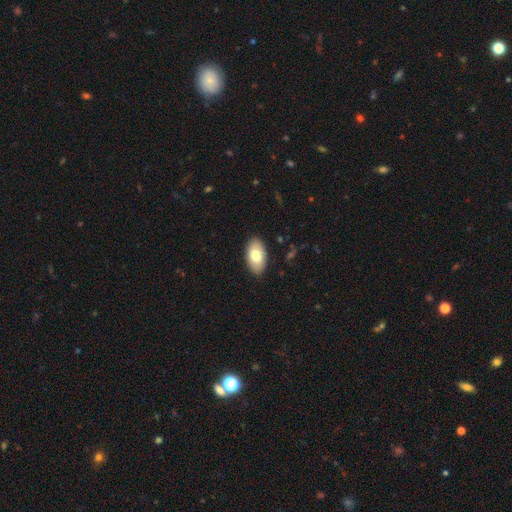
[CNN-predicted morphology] Smooth or featured? smooth (77%)
How rounded? in between (95%)
Merging? none (88%)